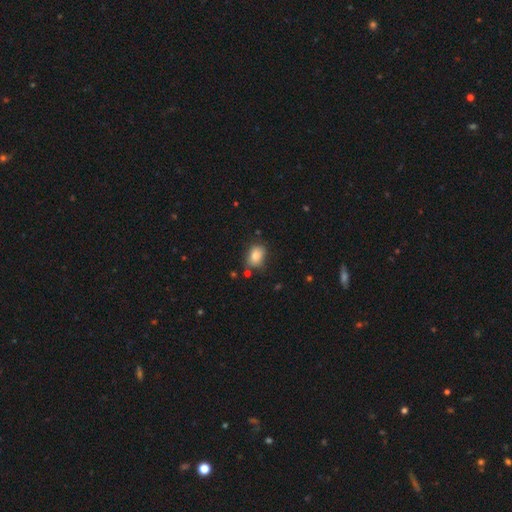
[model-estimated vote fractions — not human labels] smooth 84%, star or artifact 9%, featured or disk 7%. Down the decision tree: how rounded — in between (77%); merging — none (74%).